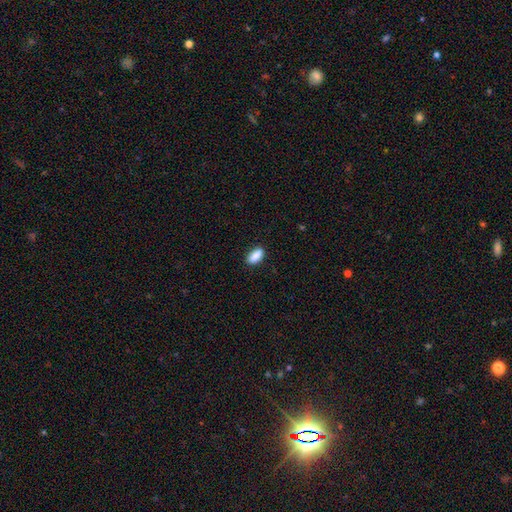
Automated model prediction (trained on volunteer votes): Smooth or featured: smooth — 89% (star or artifact — 7%)
How rounded: in between — 88% (cigar-shaped — 9%)
Merging: none — 86% (minor disturbance — 11%)